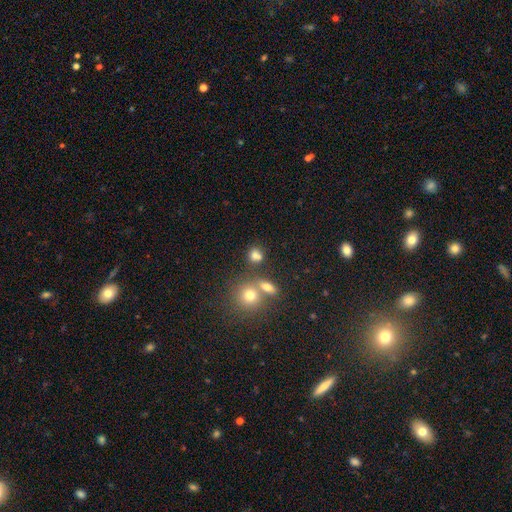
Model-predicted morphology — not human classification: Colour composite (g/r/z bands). It shows a smooth galaxy with no disk features (76%) that is round (66%). Merging: none (59%).